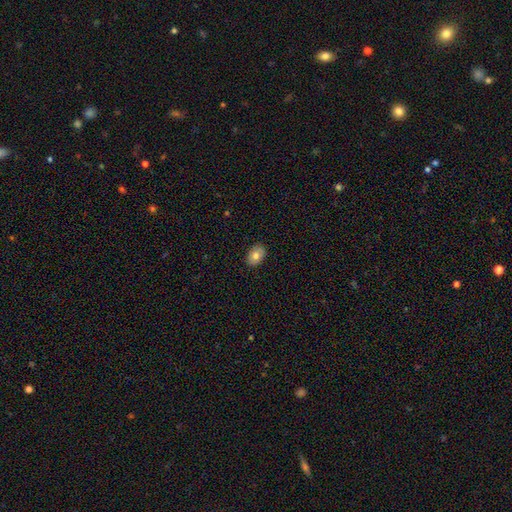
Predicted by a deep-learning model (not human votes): Smooth or featured? smooth (79%)
How rounded? in between (82%)
Merging? none (88%)